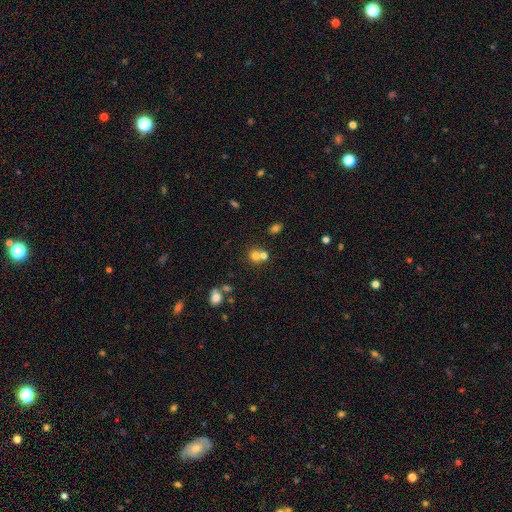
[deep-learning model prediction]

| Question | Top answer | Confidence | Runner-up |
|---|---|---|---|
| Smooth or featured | smooth | 68% | star or artifact (17%) |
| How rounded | round | 82% | in between (17%) |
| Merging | merger | 46% | none (44%) |